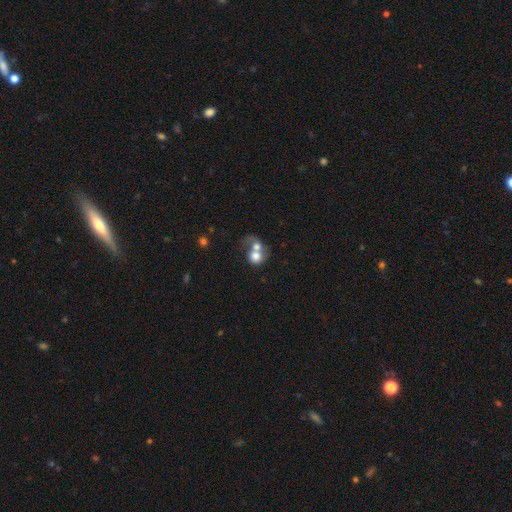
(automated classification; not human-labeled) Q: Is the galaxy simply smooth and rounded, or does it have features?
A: smooth — 65%.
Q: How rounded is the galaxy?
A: round — 69%.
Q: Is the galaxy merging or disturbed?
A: merger — 73%.